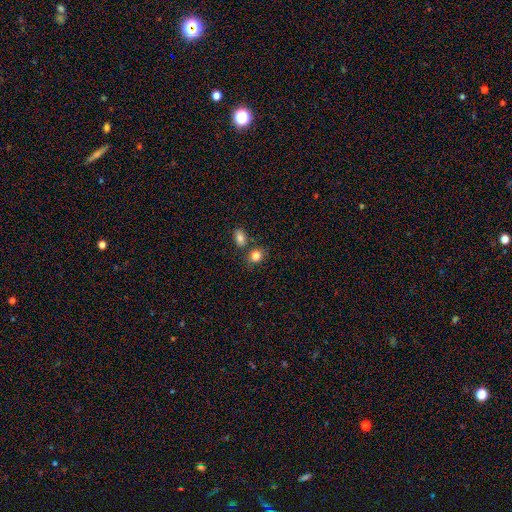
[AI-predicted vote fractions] smooth-or-featured: smooth: 83% | star or artifact: 10% | featured or disk: 7%
  how-rounded: round: 52% | in between: 46% | cigar-shaped: 1%
  merging: none: 64% | merger: 20% | minor disturbance: 13% | major disturbance: 4%